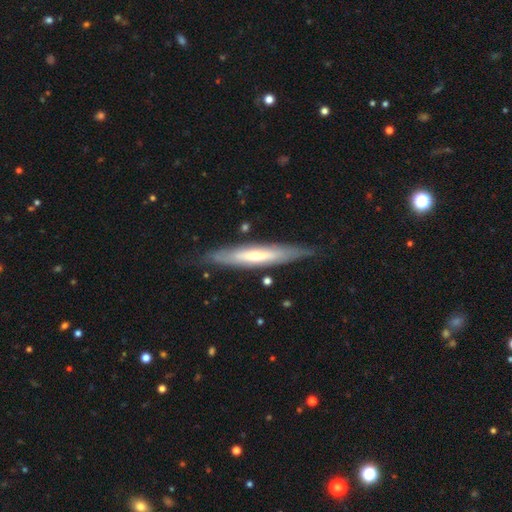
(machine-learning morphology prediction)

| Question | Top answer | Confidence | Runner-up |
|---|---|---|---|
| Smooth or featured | featured or disk | 62% | smooth (31%) |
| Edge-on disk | yes | 79% | no (21%) |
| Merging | none | 81% | minor disturbance (14%) |